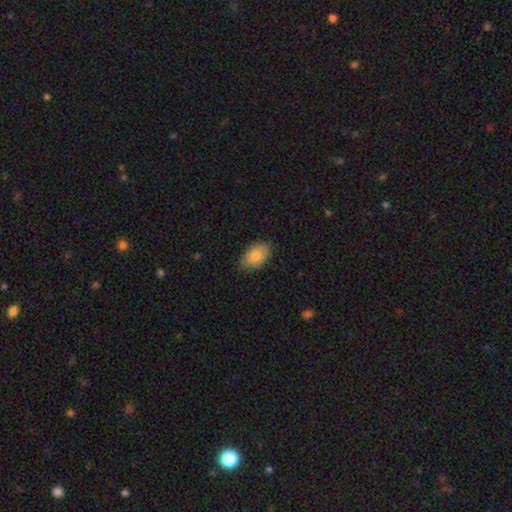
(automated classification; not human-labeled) Morphology: type=smooth (83%); roundness=in between (88%); merging=none (79%).